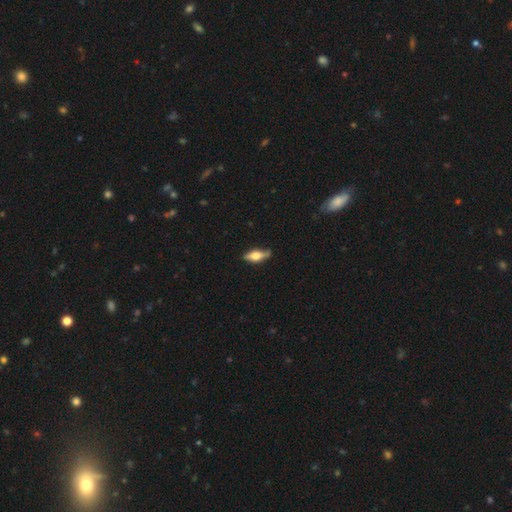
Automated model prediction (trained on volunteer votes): Smooth or featured? smooth (48%)
Merging? none (75%)